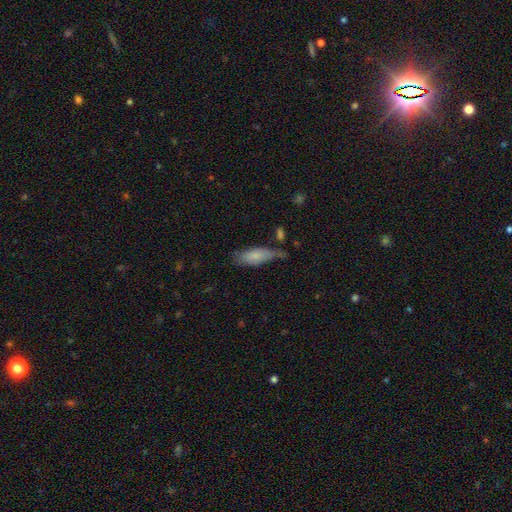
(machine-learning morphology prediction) This is likely a smooth galaxy (77%). How rounded: likely in between (63%). Merging: possibly none (52%).